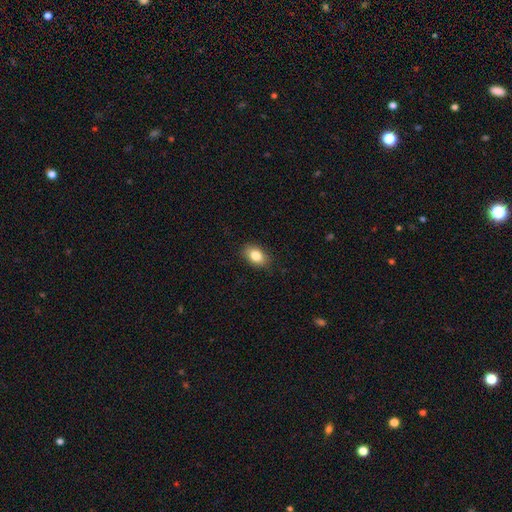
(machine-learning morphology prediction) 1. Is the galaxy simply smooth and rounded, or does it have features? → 83% smooth, 9% featured or disk, 8% star or artifact.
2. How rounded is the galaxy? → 85% in between, 14% round, 2% cigar-shaped.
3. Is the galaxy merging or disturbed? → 86% none, 11% minor disturbance, 2% major disturbance, 1% merger.